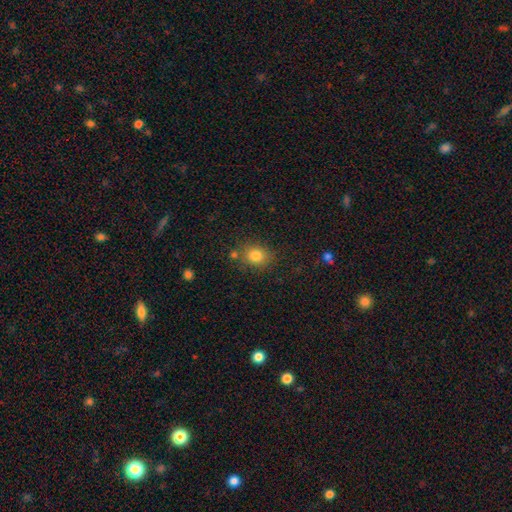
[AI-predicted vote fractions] Morphology: type=smooth (81%); roundness=round (63%); merging=none (76%).